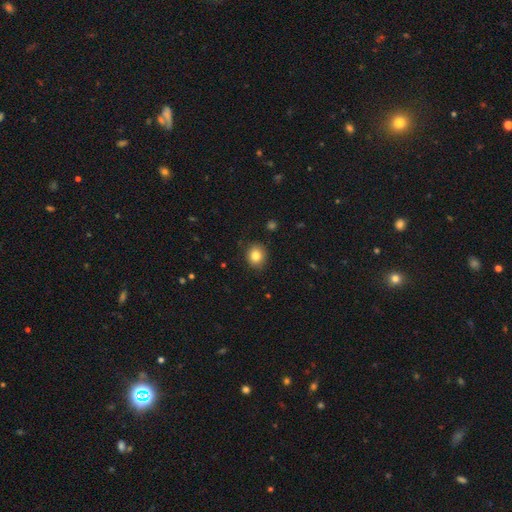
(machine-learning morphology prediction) Smooth or featured? Predicted: smooth (p=0.83). How rounded? Predicted: round (p=0.73). Merging? Predicted: none (p=0.88).